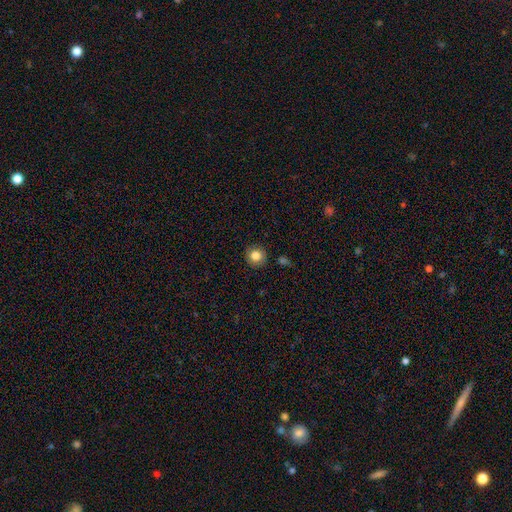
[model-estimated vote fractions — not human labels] Smooth or featured? smooth (82%)
How rounded? round (91%)
Merging? none (89%)